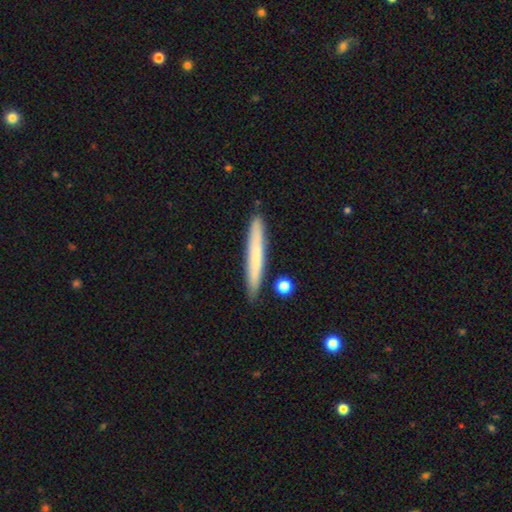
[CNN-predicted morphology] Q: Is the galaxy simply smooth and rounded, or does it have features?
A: smooth — 67%.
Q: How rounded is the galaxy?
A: cigar-shaped — 96%.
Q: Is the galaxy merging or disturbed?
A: none — 87%.